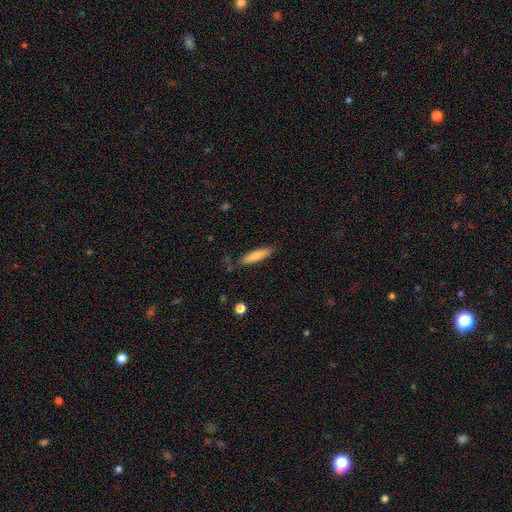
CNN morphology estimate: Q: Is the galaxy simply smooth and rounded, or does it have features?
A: smooth — 73%.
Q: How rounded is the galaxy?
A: cigar-shaped — 74%.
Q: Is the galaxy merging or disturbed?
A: none — 82%.